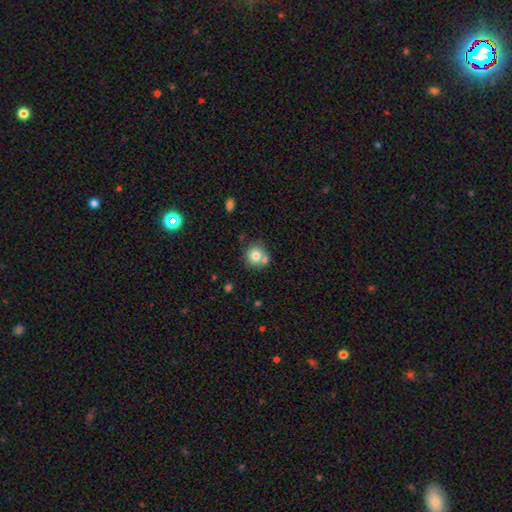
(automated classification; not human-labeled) Q: Smooth or featured?
A: smooth (77%); runner-up: featured or disk (13%)
Q: How rounded?
A: round (88%); runner-up: in between (11%)
Q: Merging?
A: none (57%); runner-up: merger (28%)